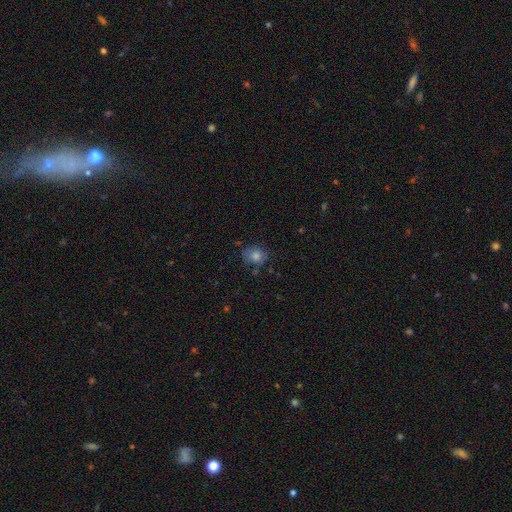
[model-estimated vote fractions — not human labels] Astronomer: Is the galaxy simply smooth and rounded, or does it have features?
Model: smooth — 73%.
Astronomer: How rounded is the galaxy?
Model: round — 56% (runner-up: in between, 43%).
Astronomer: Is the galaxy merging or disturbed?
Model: none — 72%.